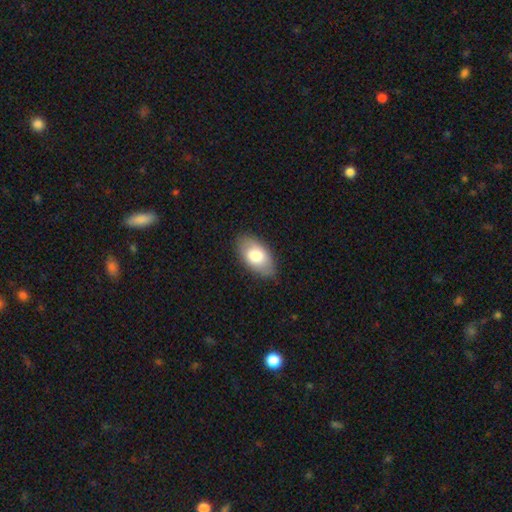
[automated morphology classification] smooth_or_featured: smooth (p=0.77) [alt: featured or disk p=0.17]
how_rounded: in between (p=0.94) [alt: round p=0.04]
merging: none (p=0.82) [alt: minor disturbance p=0.14]